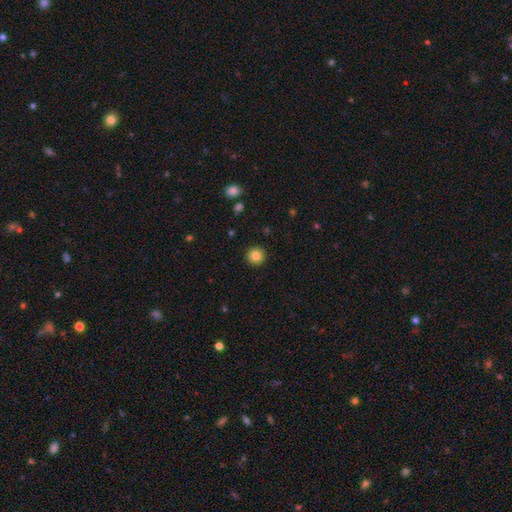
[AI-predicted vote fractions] A smooth galaxy with no disk features (84%) that is round (95%). Merging: none (93%).